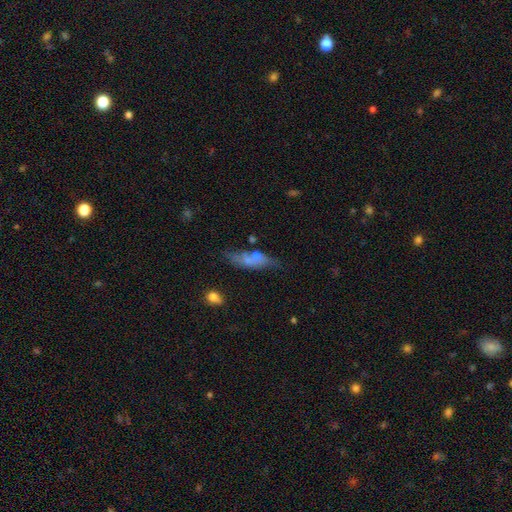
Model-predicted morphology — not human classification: smooth_or_featured: smooth (p=0.51) [alt: featured or disk p=0.39]
how_rounded: cigar-shaped (p=0.51) [alt: in between p=0.44]
merging: none (p=0.57) [alt: minor disturbance p=0.22]